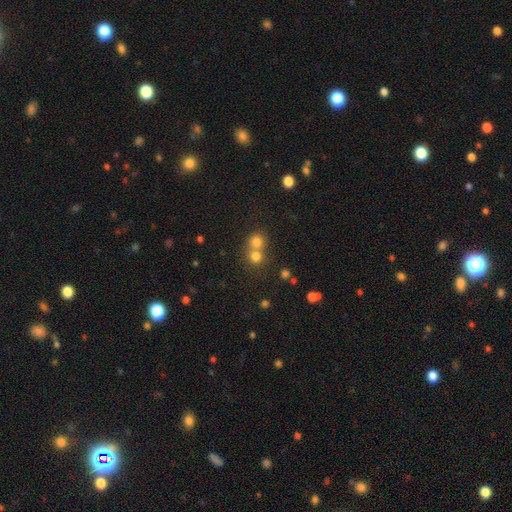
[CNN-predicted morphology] The model was most divided on "merging": merger: 50%, none: 43%, minor disturbance: 5%, major disturbance: 2%. More confident: how rounded — round (87%); smooth or featured — smooth (74%).